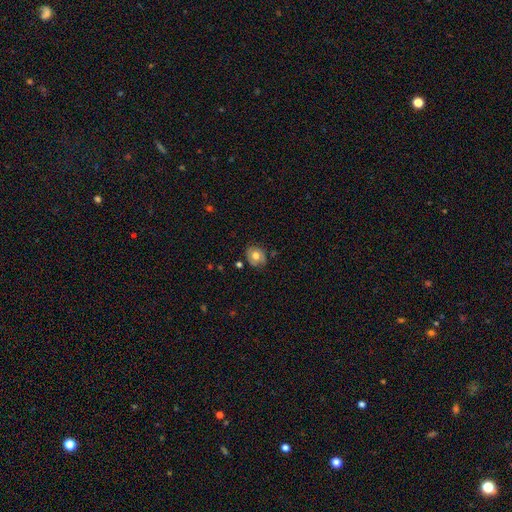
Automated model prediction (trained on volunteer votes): smooth-or-featured: smooth: 59% | featured or disk: 32% | star or artifact: 9%
  how-rounded: round: 62% | in between: 37% | cigar-shaped: 1%
  merging: none: 74% | minor disturbance: 19% | major disturbance: 5% | merger: 3%